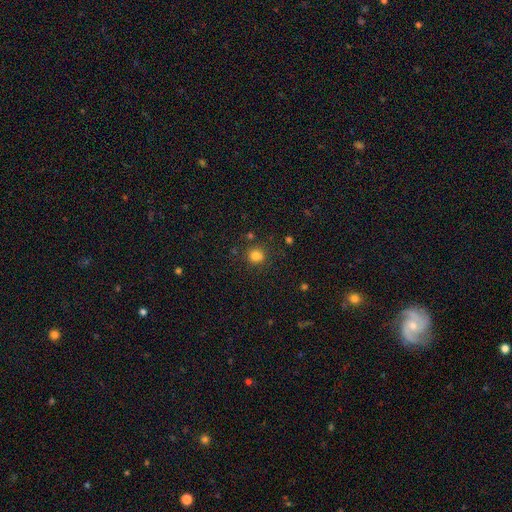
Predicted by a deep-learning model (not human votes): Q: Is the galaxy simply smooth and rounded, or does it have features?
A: smooth — 80%.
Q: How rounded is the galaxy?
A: round — 85%.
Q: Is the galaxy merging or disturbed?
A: none — 80%.